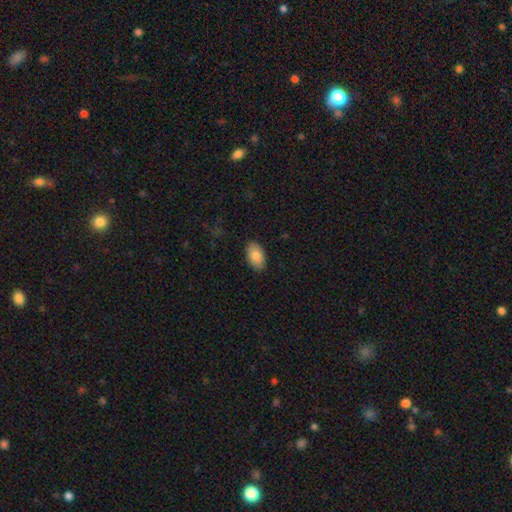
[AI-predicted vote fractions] Q: Smooth or featured?
A: smooth (86%); runner-up: featured or disk (8%)
Q: How rounded?
A: in between (94%); runner-up: round (4%)
Q: Merging?
A: none (87%); runner-up: minor disturbance (10%)